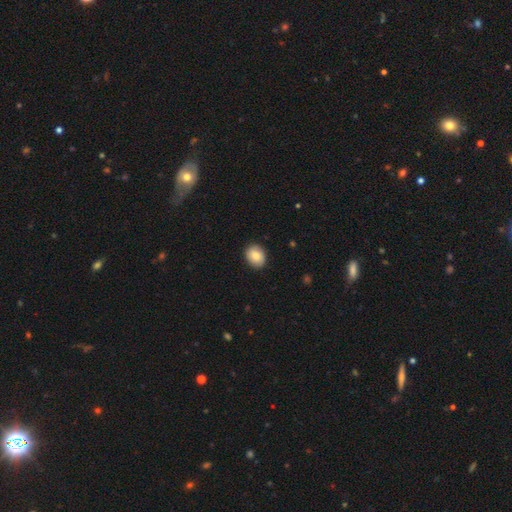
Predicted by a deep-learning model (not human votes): Morphology: type=smooth (84%); roundness=in between (56%); merging=none (88%).